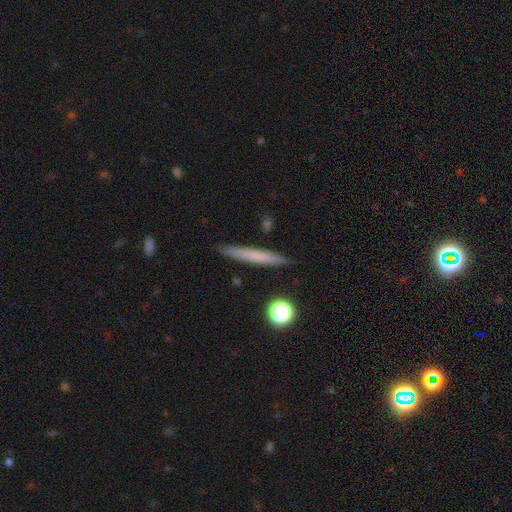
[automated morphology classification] smooth_or_featured: smooth (p=0.64) [alt: featured or disk p=0.29]
how_rounded: cigar-shaped (p=0.96) [alt: in between p=0.03]
merging: none (p=0.90) [alt: minor disturbance p=0.07]